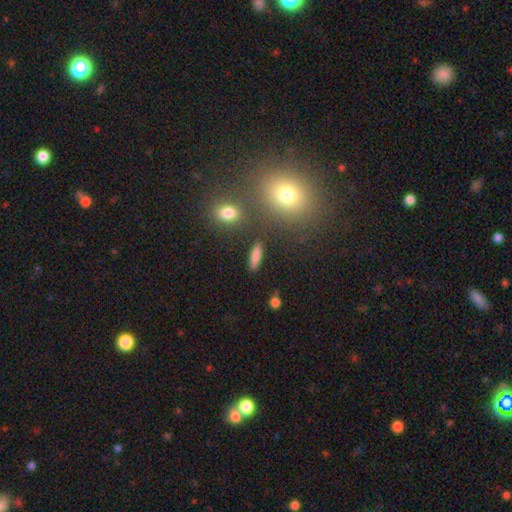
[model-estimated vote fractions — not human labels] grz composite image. It shows a smooth galaxy with no disk features (82%) that is cigar-shaped (59%). Merging: none (86%).